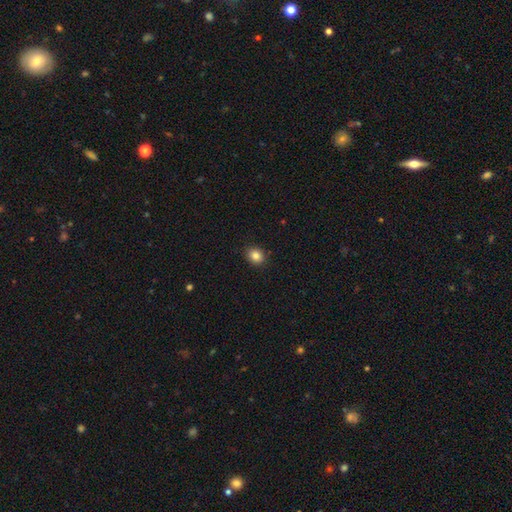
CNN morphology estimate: Smooth or featured? smooth (84%)
How rounded? round (68%)
Merging? none (90%)